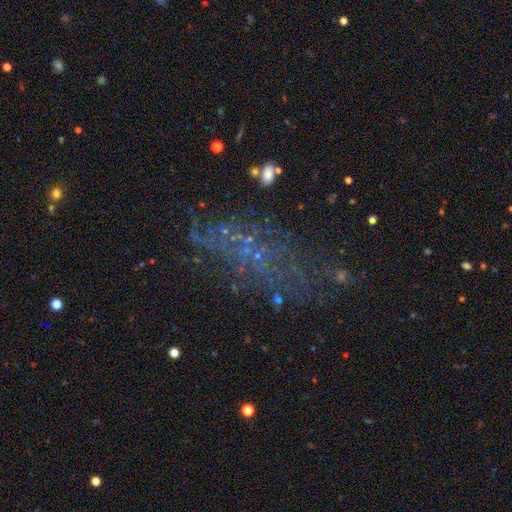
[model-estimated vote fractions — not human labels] star or artifact 40%, featured or disk 36%, smooth 24%.